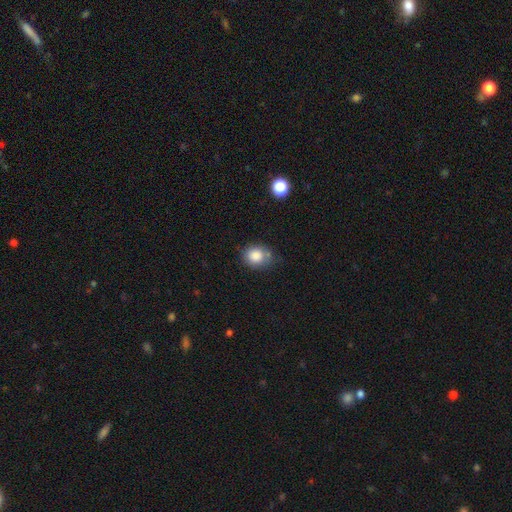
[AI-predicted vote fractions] Q: Smooth or featured?
A: smooth (84%); runner-up: star or artifact (9%)
Q: How rounded?
A: round (64%); runner-up: in between (35%)
Q: Merging?
A: none (61%); runner-up: minor disturbance (27%)